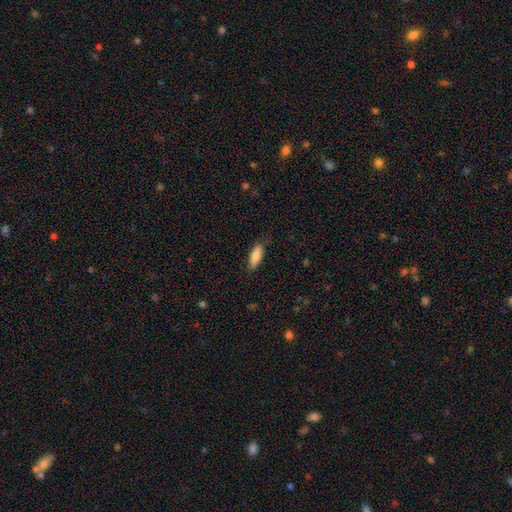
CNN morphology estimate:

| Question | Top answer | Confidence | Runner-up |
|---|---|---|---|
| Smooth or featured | smooth | 84% | featured or disk (10%) |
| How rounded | in between | 61% | cigar-shaped (37%) |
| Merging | none | 82% | minor disturbance (14%) |